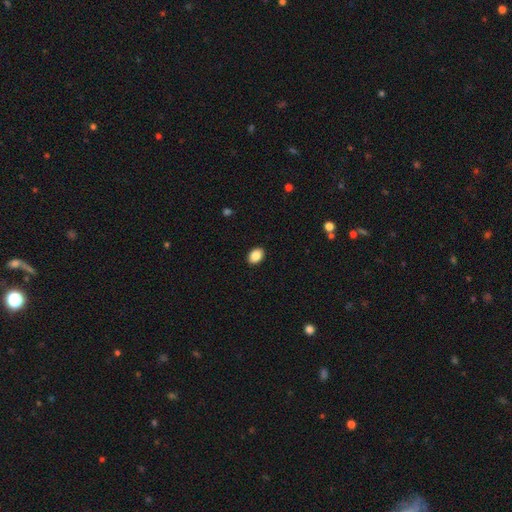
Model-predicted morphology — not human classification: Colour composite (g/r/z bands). It shows a smooth galaxy with no disk features (88%) that is in between round and cigar-shaped (74%). Merging: none (91%).